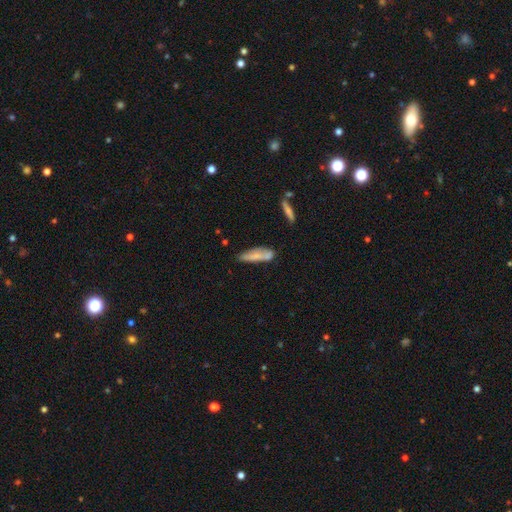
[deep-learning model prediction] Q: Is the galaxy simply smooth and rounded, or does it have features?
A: smooth — 69%.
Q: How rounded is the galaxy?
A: cigar-shaped — 55%.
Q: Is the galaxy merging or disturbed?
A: none — 47%.